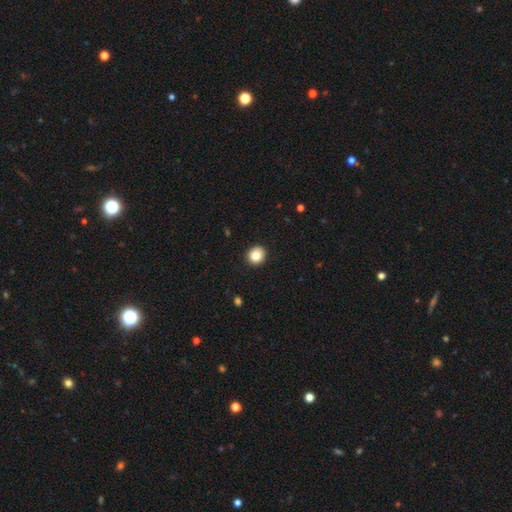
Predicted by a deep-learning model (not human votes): Smooth or featured: smooth — 84% (star or artifact — 9%)
How rounded: round — 86% (in between — 13%)
Merging: none — 92% (minor disturbance — 6%)